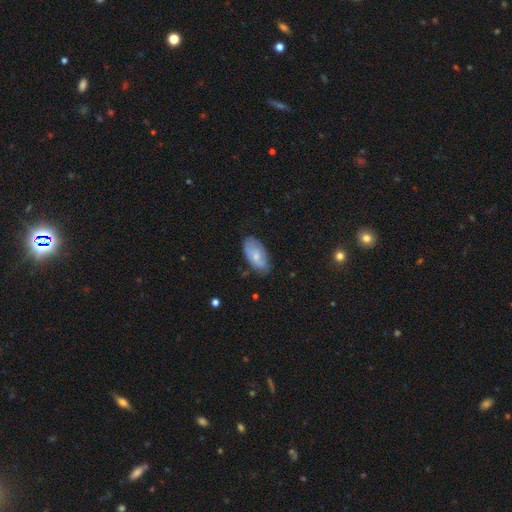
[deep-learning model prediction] smooth_or_featured: smooth (p=0.58) [alt: featured or disk p=0.35]
how_rounded: in between (p=0.93) [alt: cigar-shaped p=0.03]
merging: none (p=0.69) [alt: minor disturbance p=0.24]